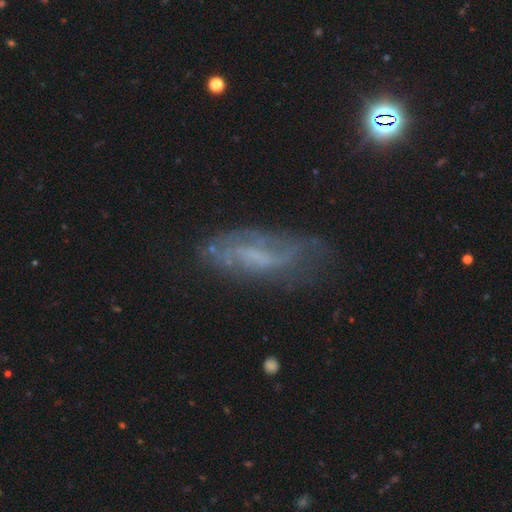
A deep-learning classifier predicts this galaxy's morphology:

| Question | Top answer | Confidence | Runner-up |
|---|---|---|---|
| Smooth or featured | featured or disk | 63% | smooth (26%) |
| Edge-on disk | no | 84% | yes (16%) |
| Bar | no | 49% | weak (39%) |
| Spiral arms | yes | 68% | no (32%) |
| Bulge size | none | 51% | small (29%) |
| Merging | none | 57% | minor disturbance (26%) |